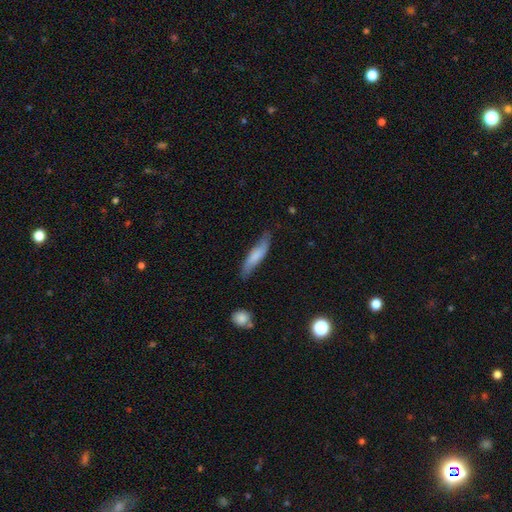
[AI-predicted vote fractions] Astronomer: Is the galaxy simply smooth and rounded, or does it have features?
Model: smooth — 64%.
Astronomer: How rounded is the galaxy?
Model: cigar-shaped — 74%.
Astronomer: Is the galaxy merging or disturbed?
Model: none — 69%.